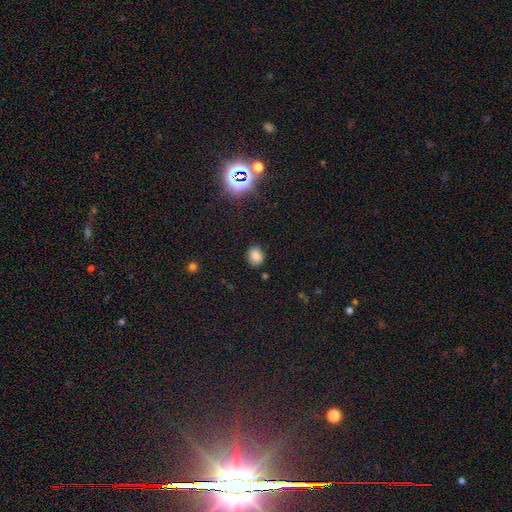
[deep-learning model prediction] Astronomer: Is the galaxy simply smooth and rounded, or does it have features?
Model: smooth — 80%.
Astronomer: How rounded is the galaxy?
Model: round — 54% (runner-up: in between, 45%).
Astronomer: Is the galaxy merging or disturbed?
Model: none — 84%.